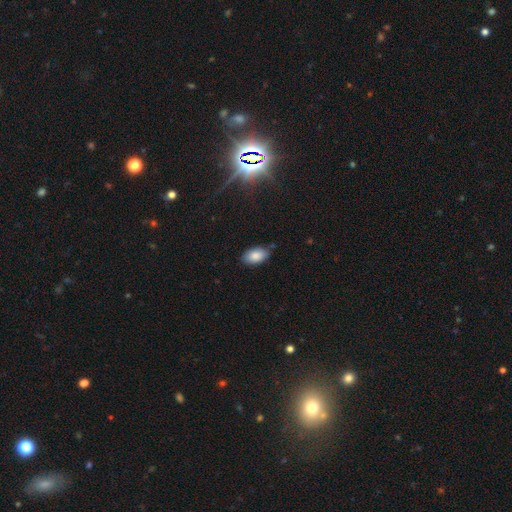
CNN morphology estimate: Smooth or featured?
  - smooth: 85% *
  - featured or disk: 8%
  - star or artifact: 7%
How rounded?
  - in between: 94% *
  - round: 4%
  - cigar-shaped: 2%
Merging?
  - none: 79% *
  - minor disturbance: 16%
  - major disturbance: 3%
  - merger: 2%